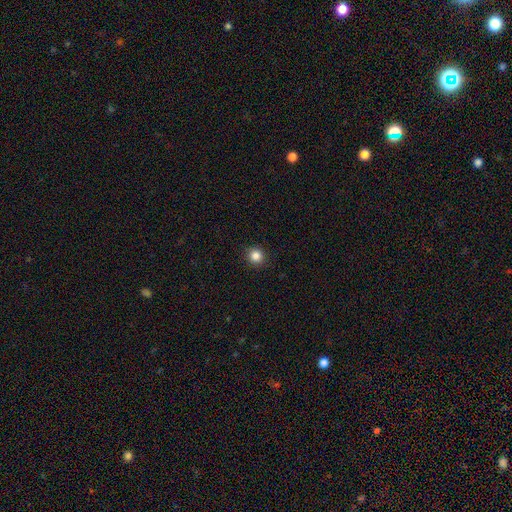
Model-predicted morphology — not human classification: smooth_or_featured: smooth (p=0.85) [alt: star or artifact p=0.11]
how_rounded: round (p=0.93) [alt: in between p=0.06]
merging: none (p=0.92) [alt: minor disturbance p=0.06]